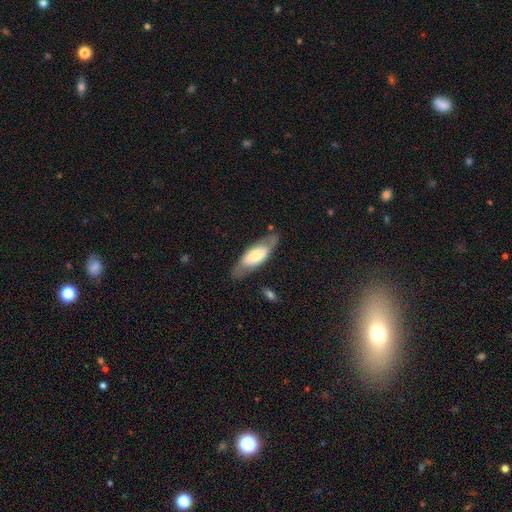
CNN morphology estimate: Smooth or featured: smooth — 51% (featured or disk — 43%)
How rounded: in between — 71% (cigar-shaped — 27%)
Merging: none — 75% (minor disturbance — 16%)